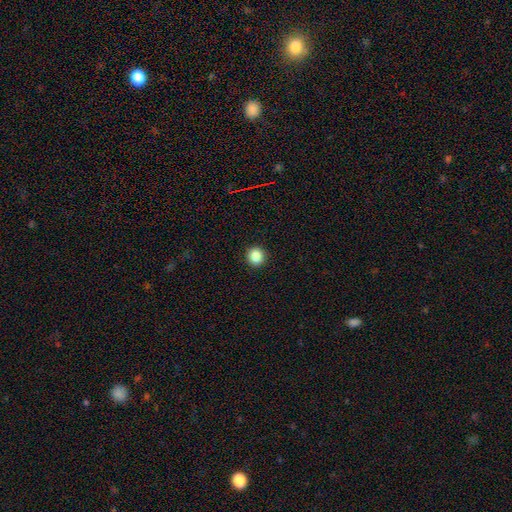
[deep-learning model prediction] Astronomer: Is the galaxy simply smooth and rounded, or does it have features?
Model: smooth — 86%.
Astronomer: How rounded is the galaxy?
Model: round — 90%.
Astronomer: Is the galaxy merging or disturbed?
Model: none — 92%.